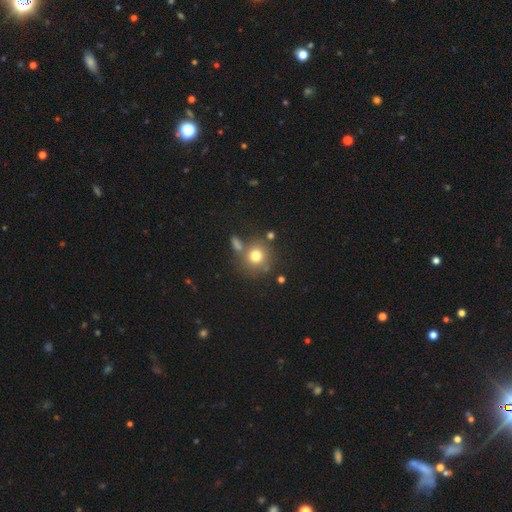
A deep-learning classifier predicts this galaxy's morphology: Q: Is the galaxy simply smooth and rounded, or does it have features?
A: smooth — 75%.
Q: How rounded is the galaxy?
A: round — 88%.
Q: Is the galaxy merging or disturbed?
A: none — 68%.